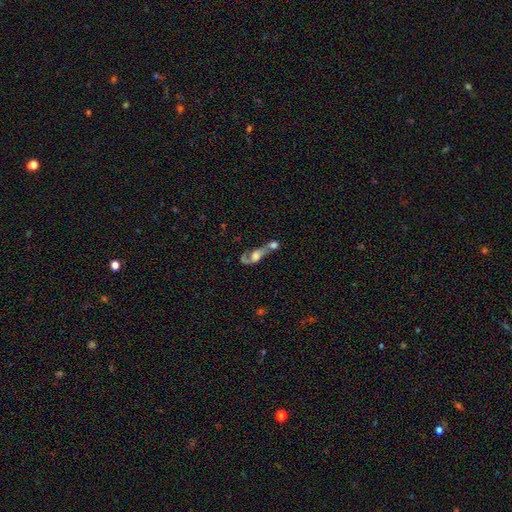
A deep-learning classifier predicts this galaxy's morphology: smooth-or-featured: featured or disk: 56% | smooth: 33% | star or artifact: 11%
  disk-edge-on: no: 89% | yes: 11%
    bar: no: 70% | weak: 22% | strong: 8%
    has-spiral-arms: yes: 71% | no: 29%
    bulge-size: large: 41% | moderate: 28% | none: 13% | small: 11% | dominant: 6%
  merging: merger: 68% | major disturbance: 13% | none: 12% | minor disturbance: 7%